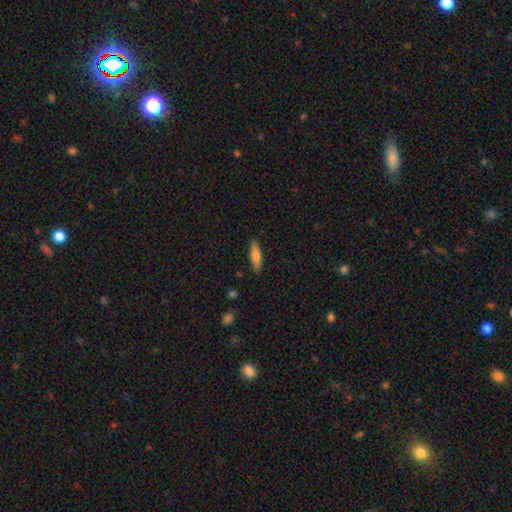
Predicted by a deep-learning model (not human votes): smooth 71%, featured or disk 23%, star or artifact 6%. Down the decision tree: how rounded — cigar-shaped (71%); merging — none (87%).